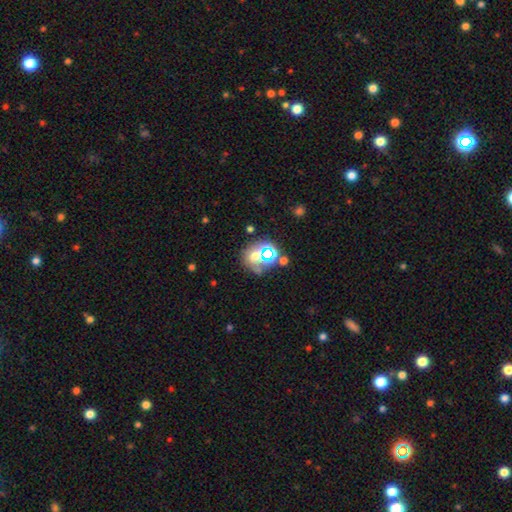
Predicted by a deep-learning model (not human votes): smooth-or-featured: smooth: 47% | star or artifact: 37% | featured or disk: 16%
  merging: none: 56% | merger: 22% | minor disturbance: 13% | major disturbance: 9%